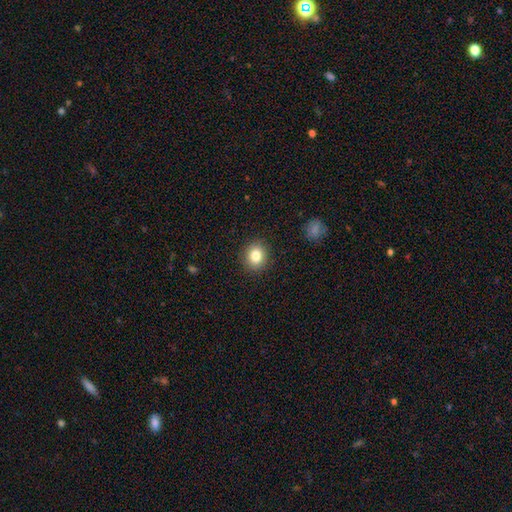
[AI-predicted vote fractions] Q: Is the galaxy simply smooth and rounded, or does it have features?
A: smooth — 82%.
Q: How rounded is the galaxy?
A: round — 77%.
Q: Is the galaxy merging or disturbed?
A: none — 90%.